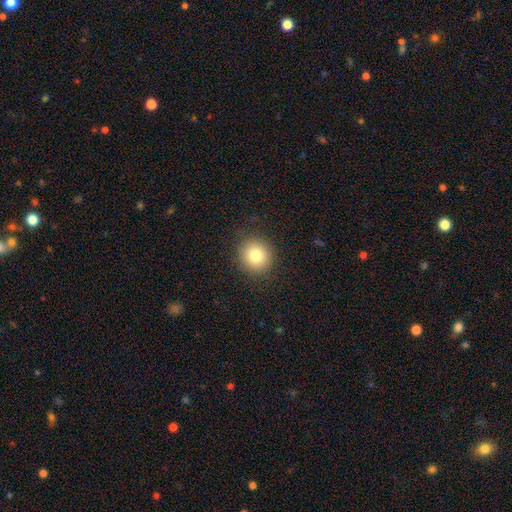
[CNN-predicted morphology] type=smooth (81%); roundness=round (91%); merging=none (89%).